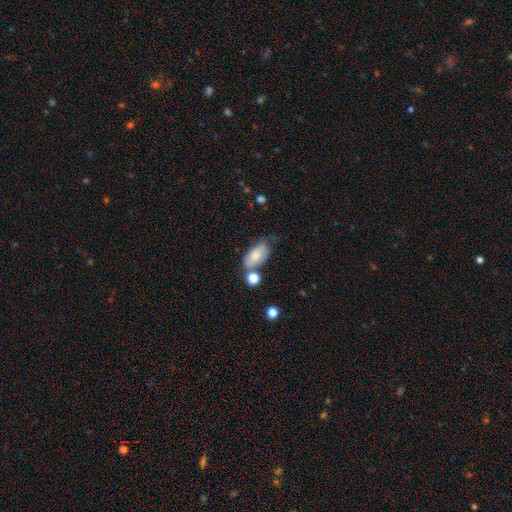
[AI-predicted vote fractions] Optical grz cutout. It shows a smooth galaxy with no disk features (77%) that is in between round and cigar-shaped (91%). Merging: none (50%).